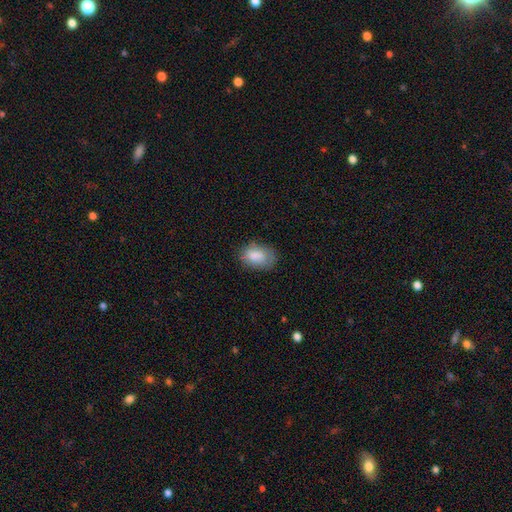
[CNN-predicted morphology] Overall: smooth (83%). How rounded: in between (82%). Merging: none (66%).